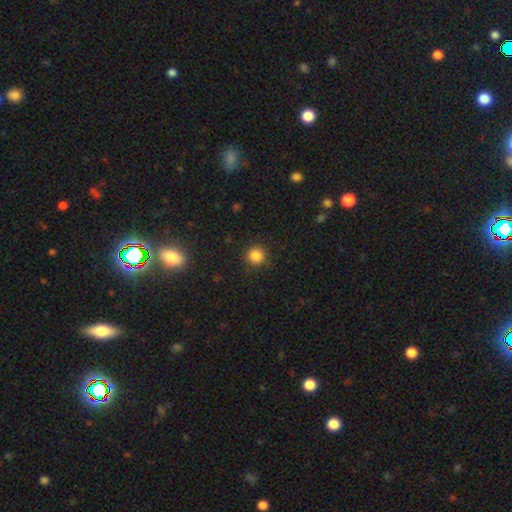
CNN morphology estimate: The model was most divided on "smooth or featured": smooth: 84%, star or artifact: 12%, featured or disk: 4%. More confident: how rounded — round (93%); merging — none (90%).